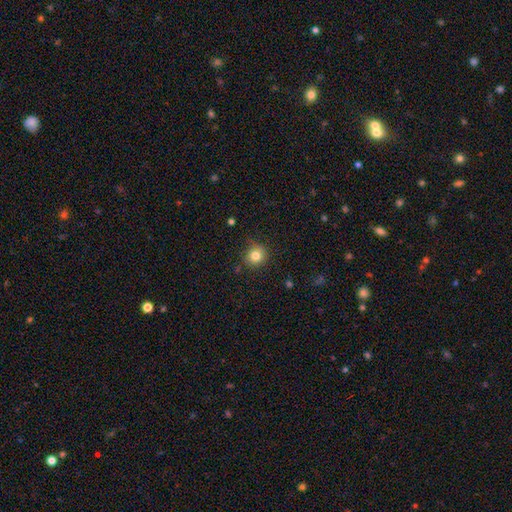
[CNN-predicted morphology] The model was most divided on "smooth or featured": smooth: 82%, star or artifact: 11%, featured or disk: 7%. More confident: how rounded — round (89%); merging — none (85%).